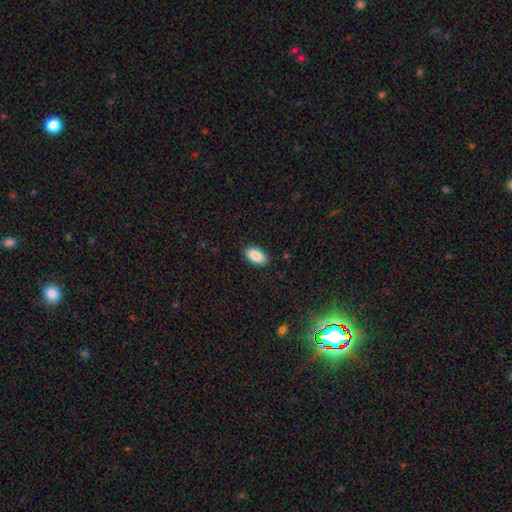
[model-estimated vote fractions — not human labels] Smooth or featured: smooth — 89% (star or artifact — 7%)
How rounded: in between — 93% (cigar-shaped — 4%)
Merging: none — 88% (minor disturbance — 9%)